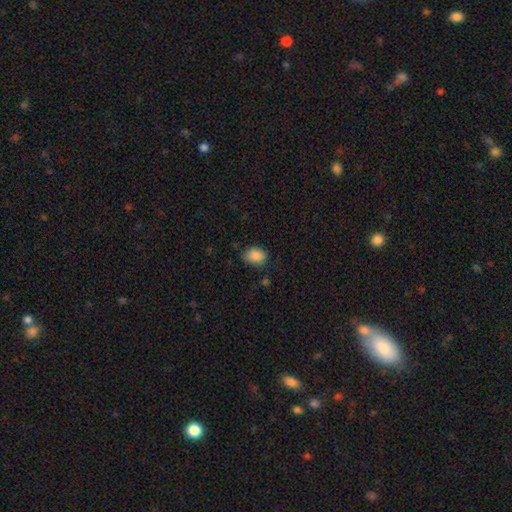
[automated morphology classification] Smooth or featured? Predicted: smooth (p=0.88). How rounded? Predicted: in between (p=0.71). Merging? Predicted: none (p=0.71).